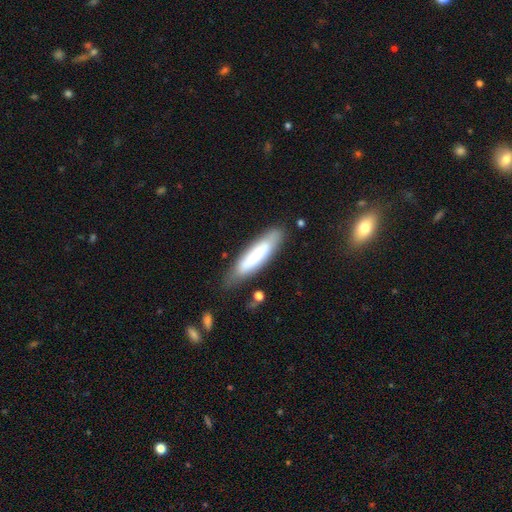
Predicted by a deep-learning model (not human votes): Overall: smooth (72%). How rounded: cigar-shaped (74%). Merging: none (76%).